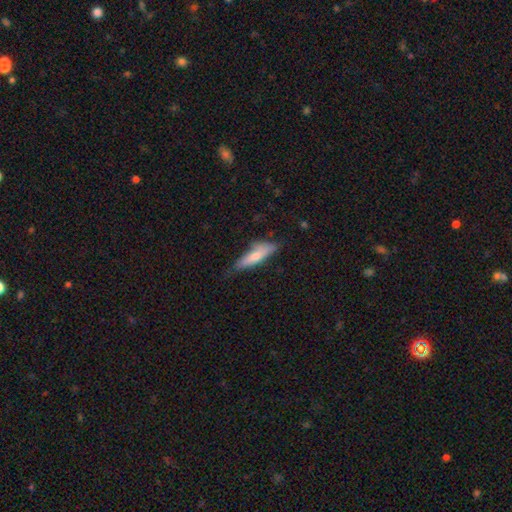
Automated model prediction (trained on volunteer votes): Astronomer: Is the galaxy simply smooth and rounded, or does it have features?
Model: smooth — 72%.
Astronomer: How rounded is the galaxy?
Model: cigar-shaped — 64%.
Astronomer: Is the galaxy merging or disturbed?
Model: none — 61%.